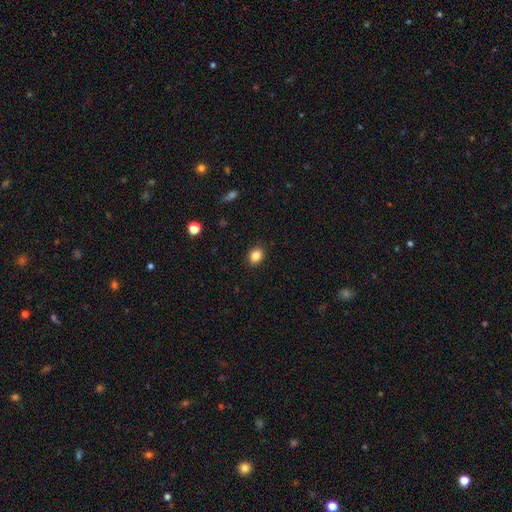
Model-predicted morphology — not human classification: This appears to be a smooth galaxy with no disk features (86%) that is in between round and cigar-shaped (55%). Merging: none (89%).